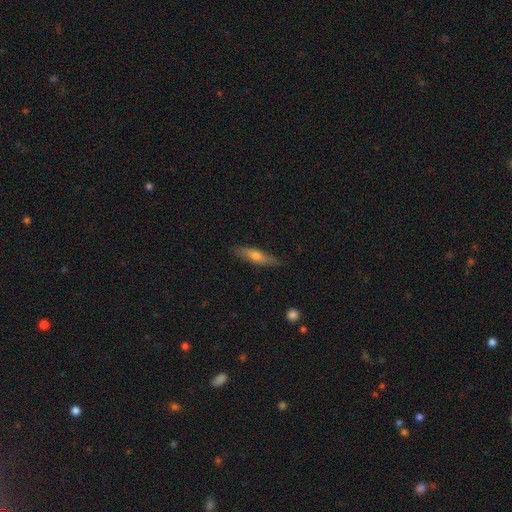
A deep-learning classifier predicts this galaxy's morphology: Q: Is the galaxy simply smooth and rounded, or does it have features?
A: smooth — 56%.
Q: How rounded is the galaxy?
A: cigar-shaped — 72%.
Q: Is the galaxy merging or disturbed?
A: none — 86%.